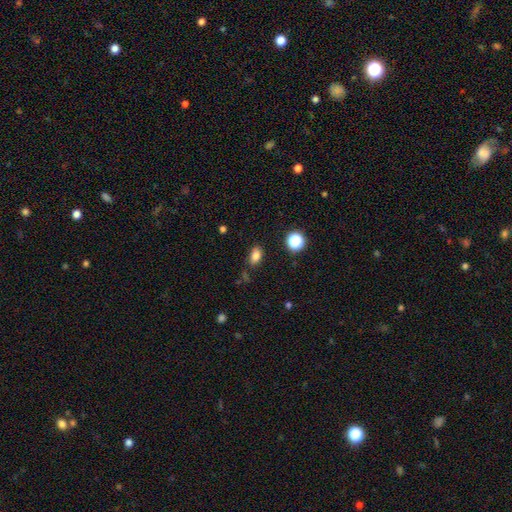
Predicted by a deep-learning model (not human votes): This appears to be a smooth galaxy with no disk features (81%) that is in between round and cigar-shaped (81%). Merging: none (79%).